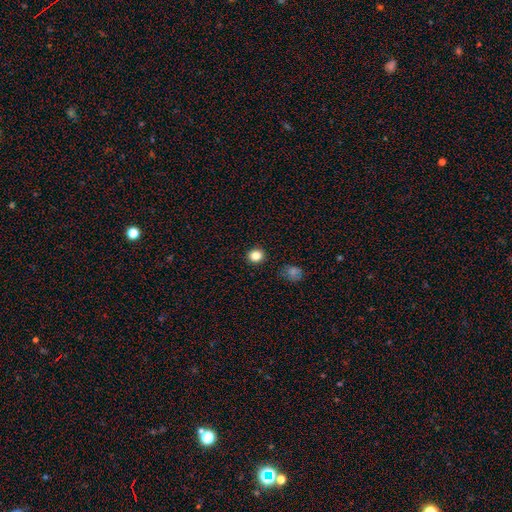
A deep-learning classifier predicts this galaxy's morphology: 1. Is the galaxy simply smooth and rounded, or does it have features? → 84% smooth, 12% star or artifact, 5% featured or disk.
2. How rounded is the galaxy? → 85% round, 14% in between, 1% cigar-shaped.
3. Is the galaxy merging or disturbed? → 92% none, 5% minor disturbance, 2% major disturbance, 1% merger.